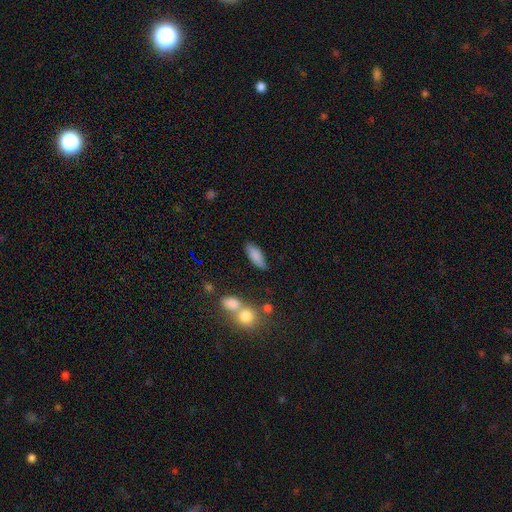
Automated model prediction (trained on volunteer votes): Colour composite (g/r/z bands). It shows a smooth galaxy with no disk features (82%) that is in between round and cigar-shaped (71%). Merging: none (76%).